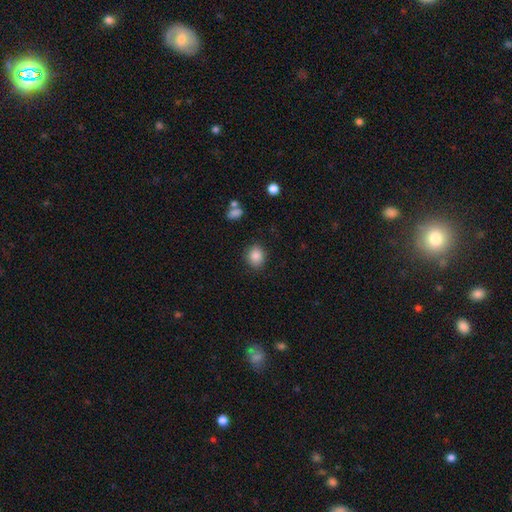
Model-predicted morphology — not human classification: type=smooth (85%); roundness=round (57%); merging=none (84%).